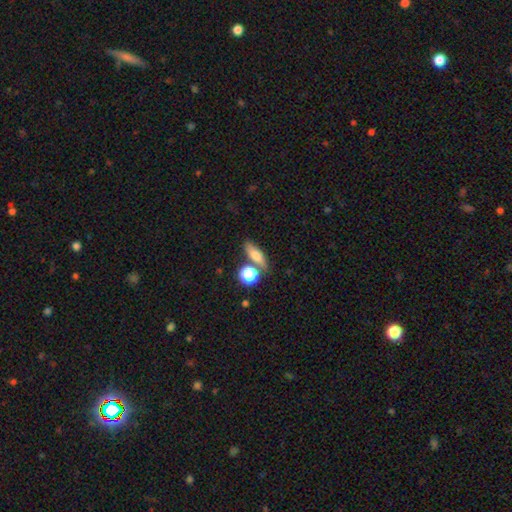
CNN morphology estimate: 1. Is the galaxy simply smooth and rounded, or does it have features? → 70% smooth, 18% featured or disk, 12% star or artifact.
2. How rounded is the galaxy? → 49% in between, 35% cigar-shaped, 16% round.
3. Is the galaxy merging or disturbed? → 67% none, 15% merger, 13% minor disturbance, 5% major disturbance.